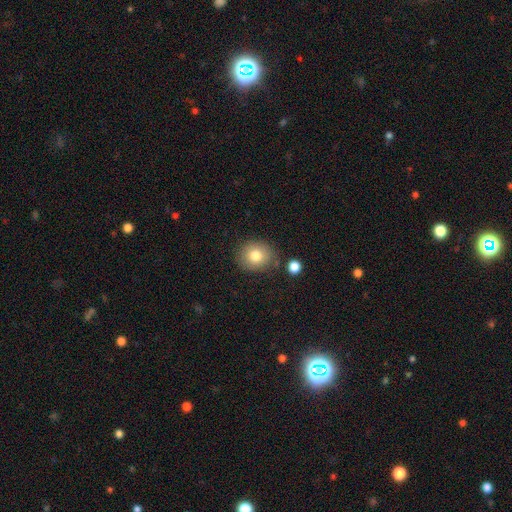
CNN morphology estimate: Overall: smooth (80%). How rounded: round (79%). Merging: none (79%).